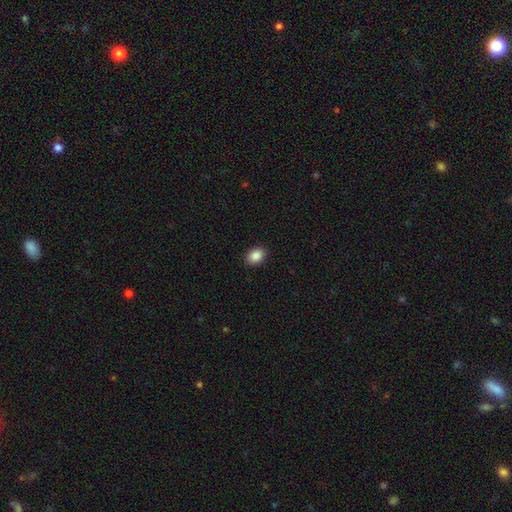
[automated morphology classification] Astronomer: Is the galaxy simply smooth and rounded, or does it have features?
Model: smooth — 87%.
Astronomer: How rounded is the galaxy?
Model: in between — 71%.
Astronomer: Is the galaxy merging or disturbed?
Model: none — 90%.